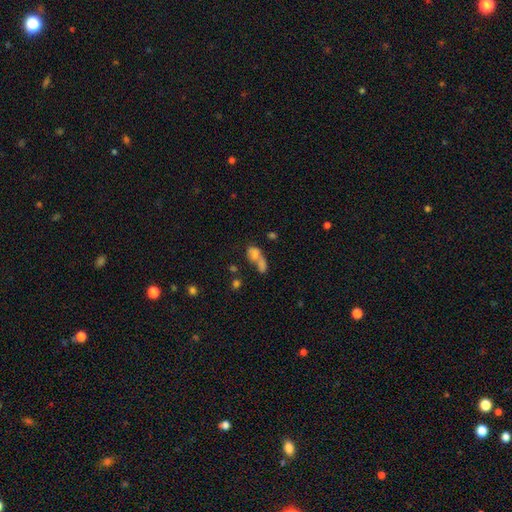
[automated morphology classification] Overall: smooth (69%). How rounded: in between (71%). Merging: merger (59%; none 21%).